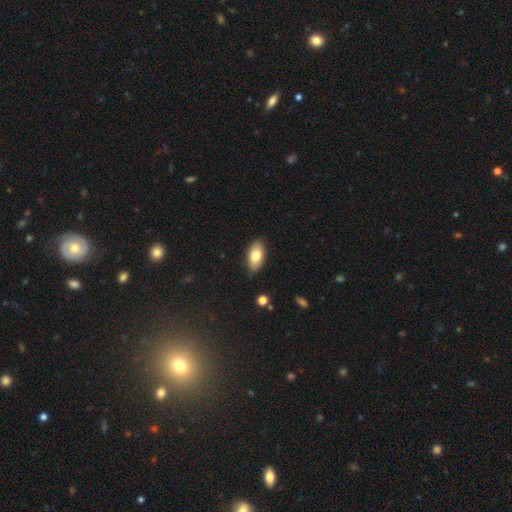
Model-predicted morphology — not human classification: Q: Smooth or featured?
A: smooth (80%); runner-up: featured or disk (13%)
Q: How rounded?
A: in between (92%); runner-up: cigar-shaped (4%)
Q: Merging?
A: none (84%); runner-up: minor disturbance (13%)